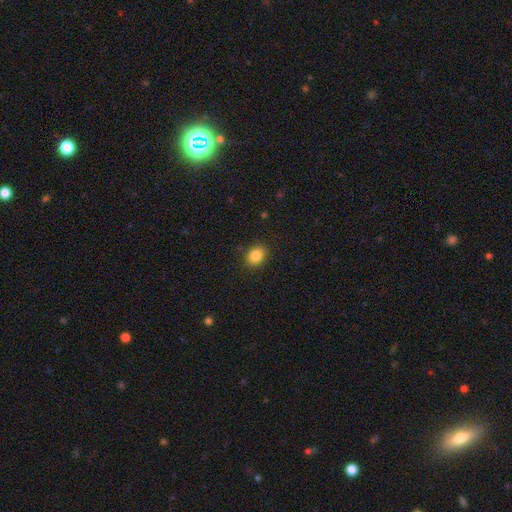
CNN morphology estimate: Smooth or featured? smooth (86%)
How rounded? round (52%)
Merging? none (88%)